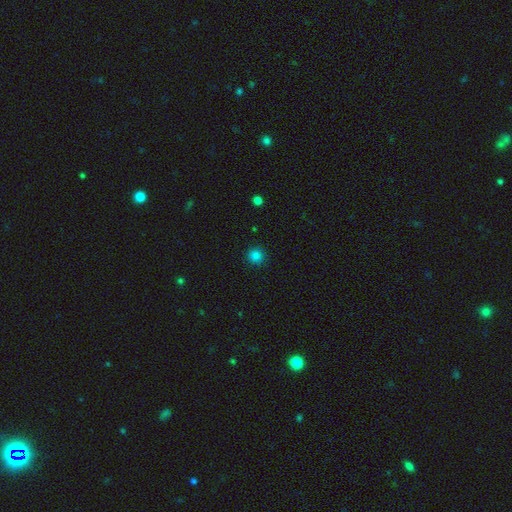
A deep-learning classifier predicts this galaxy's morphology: Smooth or featured: smooth — 82% (star or artifact — 13%)
How rounded: round — 94% (in between — 5%)
Merging: none — 92% (minor disturbance — 6%)